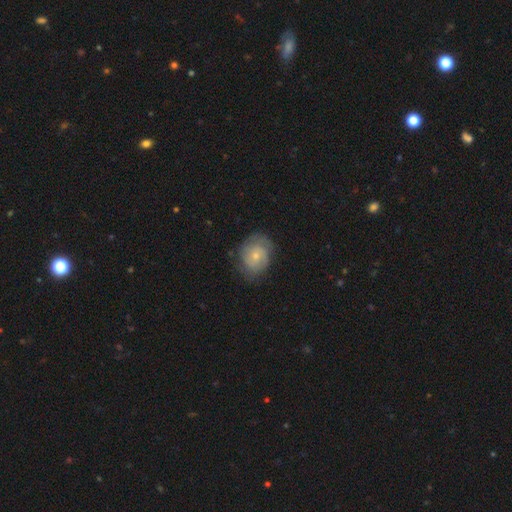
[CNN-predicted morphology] Smooth or featured? featured or disk (54%)
Edge-on disk? no (97%)
Bar? no (74%)
Spiral arms? yes (81%)
Bulge size? small (62%)
Merging? none (69%)